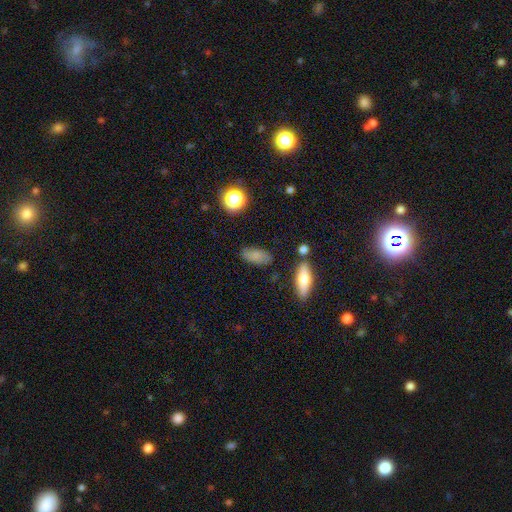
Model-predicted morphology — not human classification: Smooth or featured? smooth (77%)
How rounded? in between (85%)
Merging? none (76%)